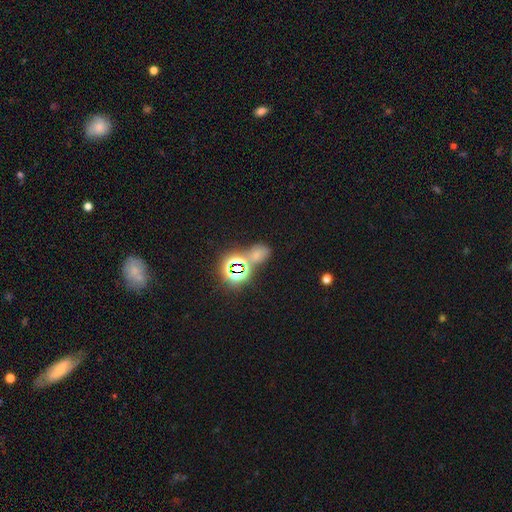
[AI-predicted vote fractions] Smooth or featured? star or artifact (50%)